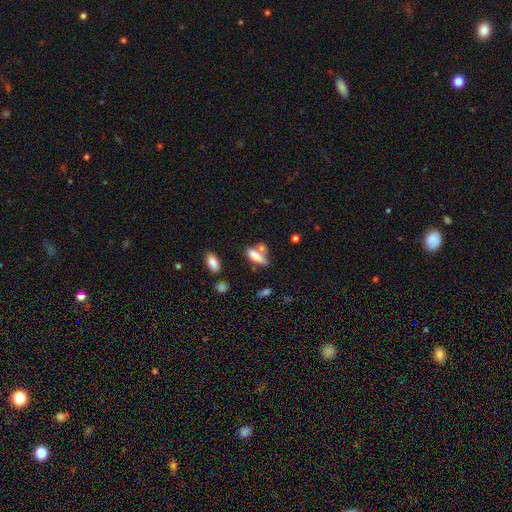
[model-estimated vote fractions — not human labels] This is likely a smooth galaxy (74%). How rounded: likely in between (63%). Merging: marginally none (39%).